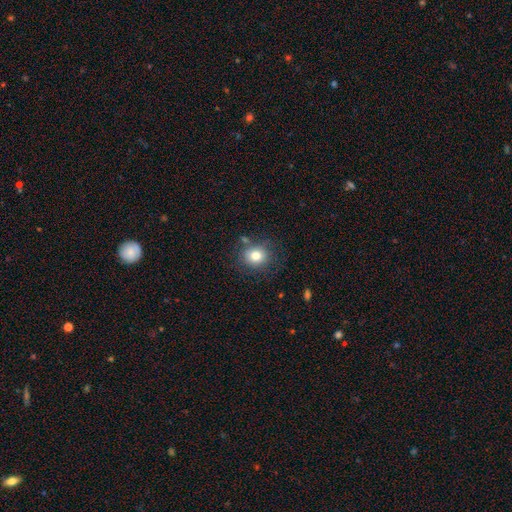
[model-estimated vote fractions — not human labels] Smooth or featured? smooth (80%)
How rounded? round (77%)
Merging? none (76%)